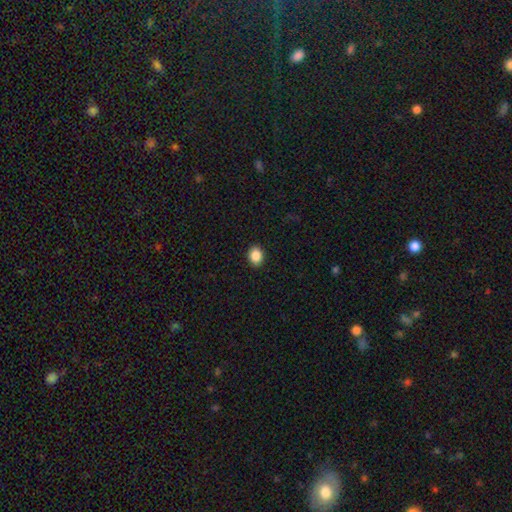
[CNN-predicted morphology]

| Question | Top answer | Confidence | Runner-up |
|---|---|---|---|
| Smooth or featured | smooth | 88% | star or artifact (9%) |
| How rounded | in between | 58% | round (41%) |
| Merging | none | 91% | minor disturbance (7%) |